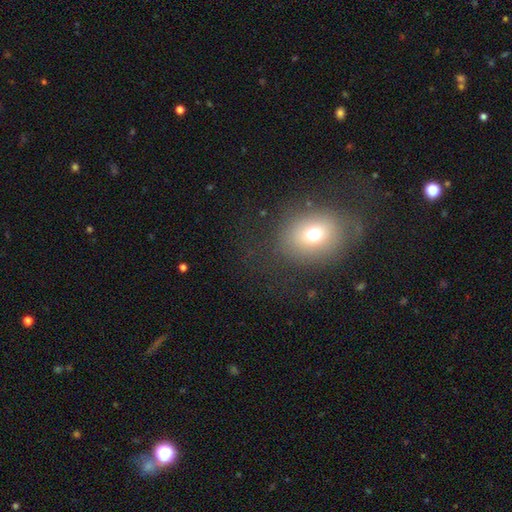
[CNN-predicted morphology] A smooth galaxy with no disk features (58%) that is in between round and cigar-shaped (55%).

Vote fractions:
- Smooth or featured? smooth: 58% / featured or disk: 23% / star or artifact: 18%
- How rounded? in between: 55% / round: 44% / cigar-shaped: 1%
- Merging? none: 73% / minor disturbance: 14% / major disturbance: 11% / merger: 2%